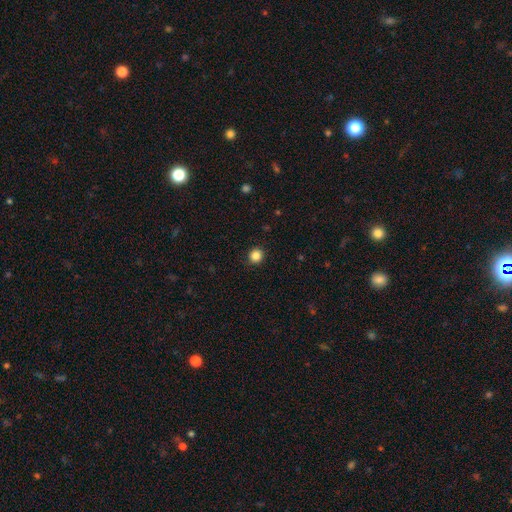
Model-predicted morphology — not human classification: Smooth or featured?
  - smooth: 86% *
  - star or artifact: 11%
  - featured or disk: 3%
How rounded?
  - round: 91% *
  - in between: 8%
  - cigar-shaped: 1%
Merging?
  - none: 91% *
  - minor disturbance: 6%
  - major disturbance: 2%
  - merger: 1%